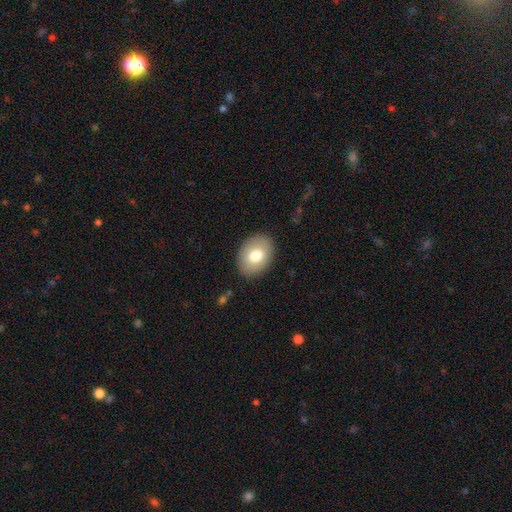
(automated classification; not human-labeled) Q: Smooth or featured?
A: smooth (76%); runner-up: featured or disk (17%)
Q: How rounded?
A: in between (77%); runner-up: round (22%)
Q: Merging?
A: none (87%); runner-up: minor disturbance (9%)